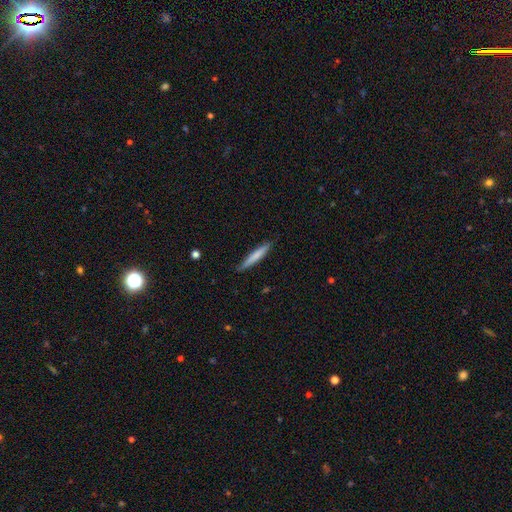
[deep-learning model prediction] Smooth or featured?
  - smooth: 70% *
  - featured or disk: 25%
  - star or artifact: 5%
How rounded?
  - cigar-shaped: 95% *
  - in between: 4%
  - round: 1%
Merging?
  - none: 87% *
  - minor disturbance: 10%
  - major disturbance: 2%
  - merger: 1%